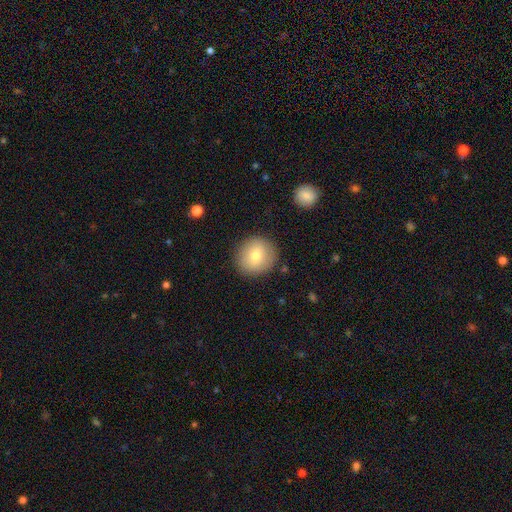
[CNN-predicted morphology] The model was most divided on "smooth or featured": smooth: 76%, featured or disk: 15%, star or artifact: 8%. More confident: how rounded — round (88%); merging — none (87%).